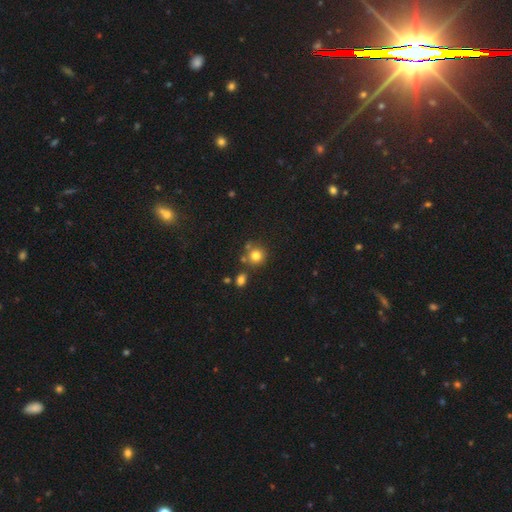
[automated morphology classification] smooth-or-featured: smooth: 79% | star or artifact: 13% | featured or disk: 8%
  how-rounded: round: 89% | in between: 10% | cigar-shaped: 1%
  merging: none: 68% | merger: 17% | minor disturbance: 12% | major disturbance: 4%